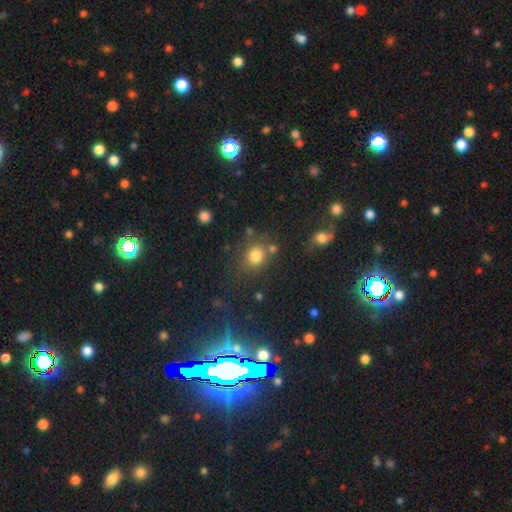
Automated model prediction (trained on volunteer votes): Morphology: type=smooth (79%); roundness=round (81%); merging=none (70%).